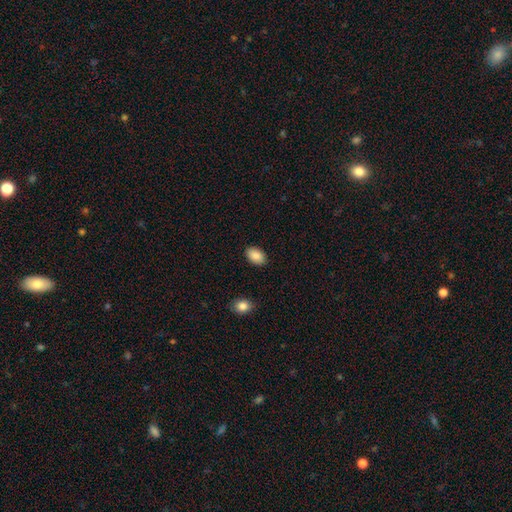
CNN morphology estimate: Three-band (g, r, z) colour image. It shows a smooth galaxy with no disk features (88%) that is in between round and cigar-shaped (88%). Merging: none (89%).